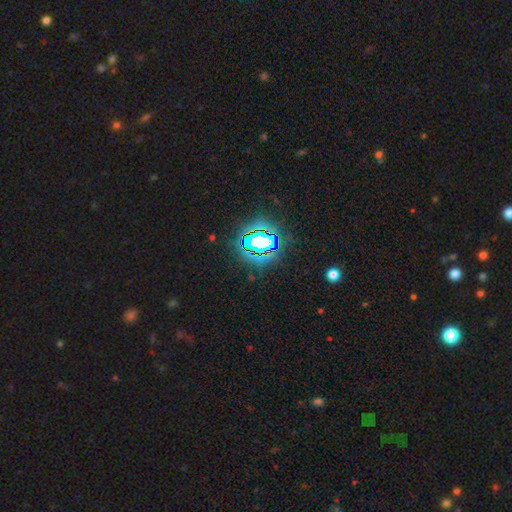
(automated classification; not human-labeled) Smooth or featured?
  - star or artifact: 78% *
  - smooth: 14%
  - featured or disk: 8%